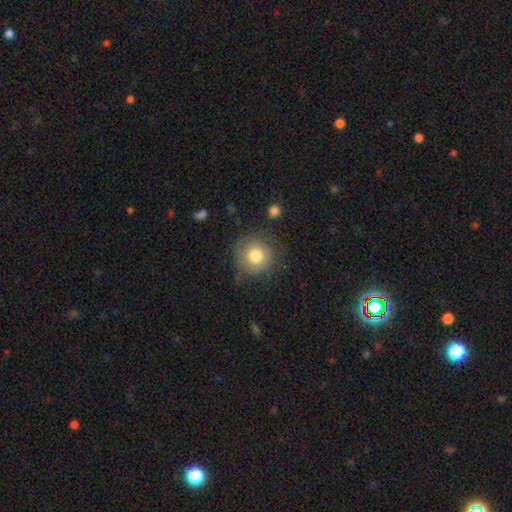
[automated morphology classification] smooth 75%, featured or disk 16%, star or artifact 9%. Down the decision tree: how rounded — round (93%); merging — none (75%).